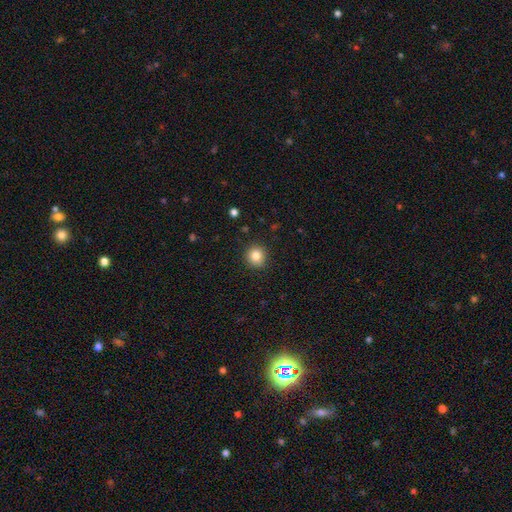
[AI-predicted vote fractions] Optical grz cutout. It shows a smooth galaxy with no disk features (83%) that is round (91%). Merging: none (89%).